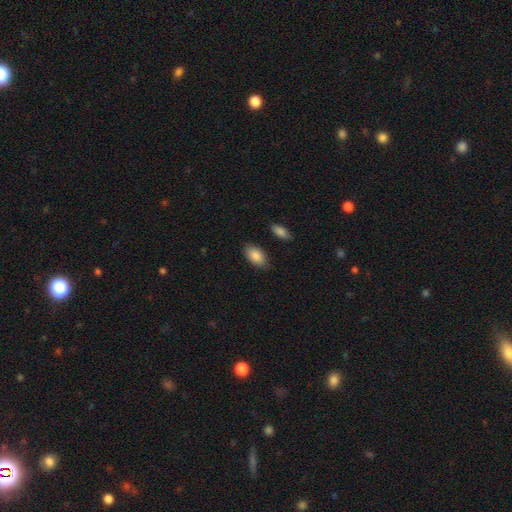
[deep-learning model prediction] Smooth or featured? smooth (88%)
How rounded? in between (94%)
Merging? none (84%)